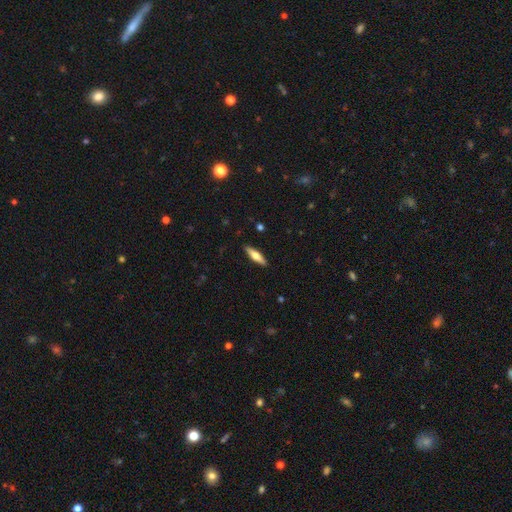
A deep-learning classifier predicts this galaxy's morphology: smooth-or-featured: smooth: 56% | featured or disk: 39% | star or artifact: 6%
  how-rounded: cigar-shaped: 69% | in between: 29% | round: 2%
  merging: none: 90% | minor disturbance: 7% | major disturbance: 2% | merger: 1%